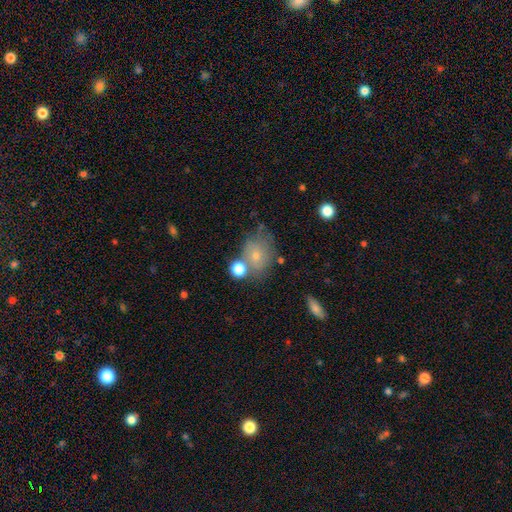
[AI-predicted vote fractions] smooth-or-featured: smooth: 62% | featured or disk: 26% | star or artifact: 12%
  how-rounded: round: 50% | in between: 48% | cigar-shaped: 1%
  merging: none: 46% | minor disturbance: 23% | merger: 20% | major disturbance: 12%